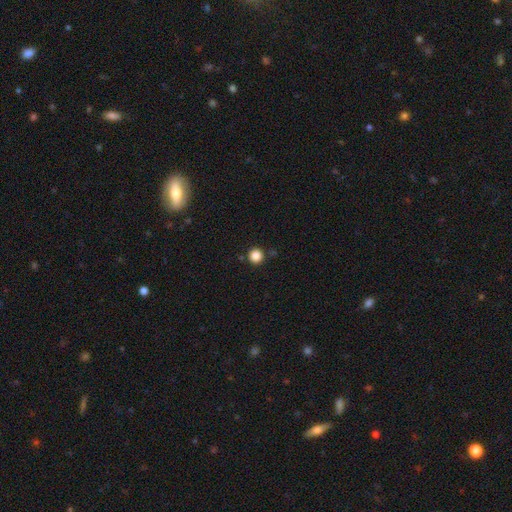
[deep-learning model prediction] Smooth or featured? smooth (86%)
How rounded? round (96%)
Merging? none (89%)